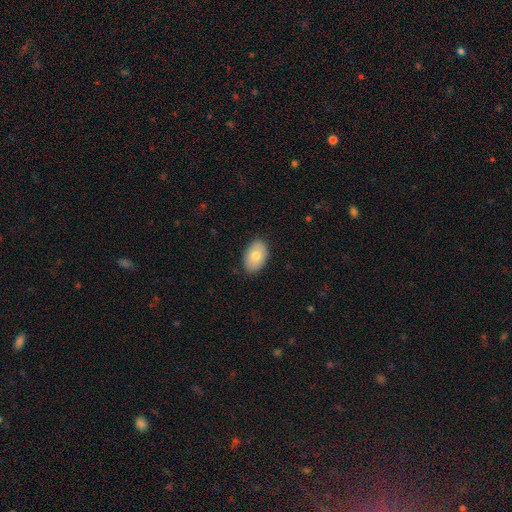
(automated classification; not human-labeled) Q: Smooth or featured?
A: smooth (76%); runner-up: featured or disk (17%)
Q: How rounded?
A: in between (91%); runner-up: round (8%)
Q: Merging?
A: none (87%); runner-up: minor disturbance (11%)